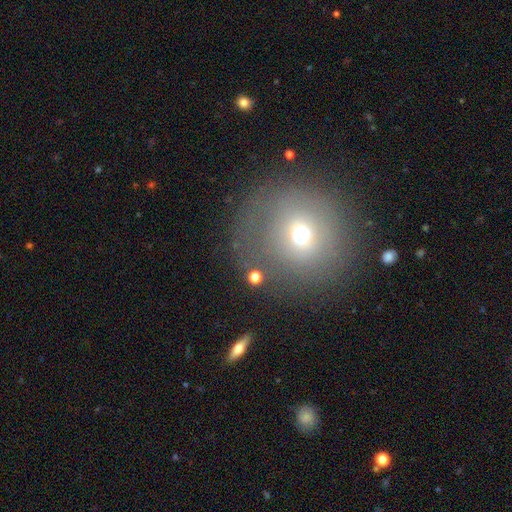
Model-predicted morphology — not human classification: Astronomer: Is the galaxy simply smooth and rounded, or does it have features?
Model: smooth — 59%.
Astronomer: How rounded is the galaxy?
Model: round — 92%.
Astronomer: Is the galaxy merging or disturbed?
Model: none — 81%.